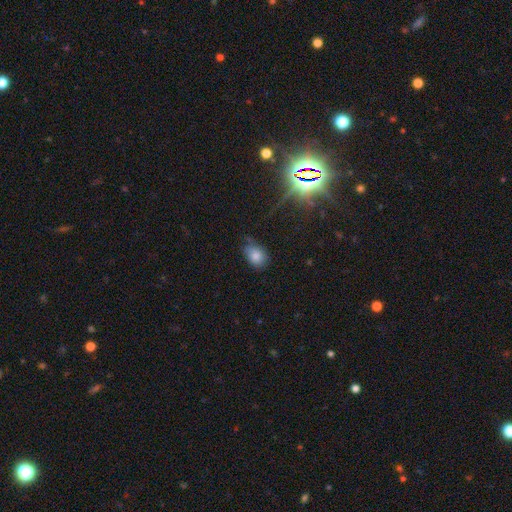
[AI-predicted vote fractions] Smooth or featured? smooth (80%)
How rounded? in between (70%)
Merging? none (59%)